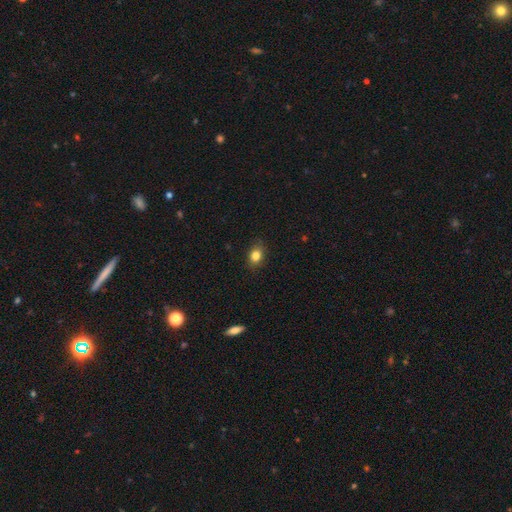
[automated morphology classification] smooth 83%, star or artifact 10%, featured or disk 6%. Down the decision tree: how rounded — in between (58%); merging — none (86%).